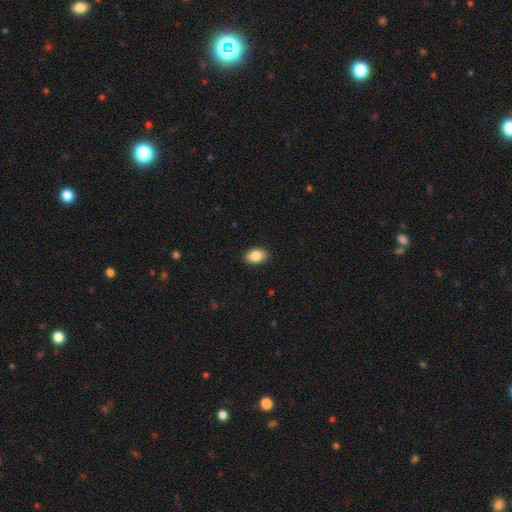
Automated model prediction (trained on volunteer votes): This appears to be a smooth galaxy with no disk features (85%) that is in between round and cigar-shaped (87%). Merging: none (90%).